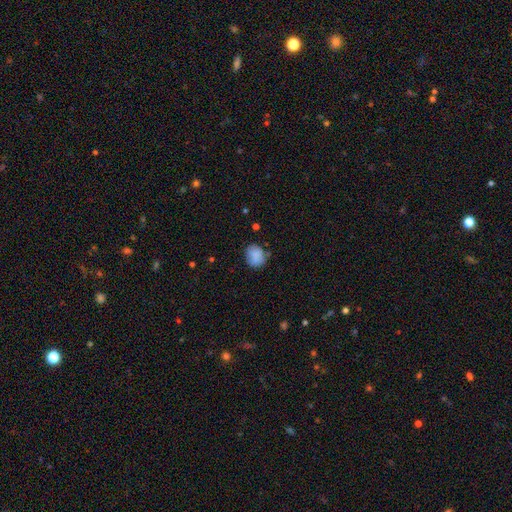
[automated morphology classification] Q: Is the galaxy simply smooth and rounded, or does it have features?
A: smooth — 83%.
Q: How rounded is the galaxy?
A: round — 55%.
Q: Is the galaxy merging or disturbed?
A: none — 70%.